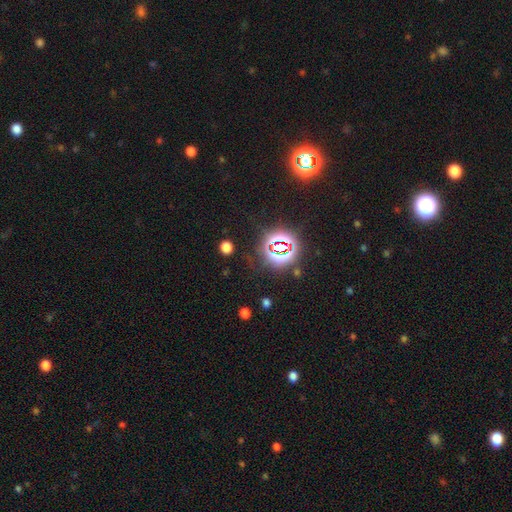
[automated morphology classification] A star or artifact, not a galaxy (82%).